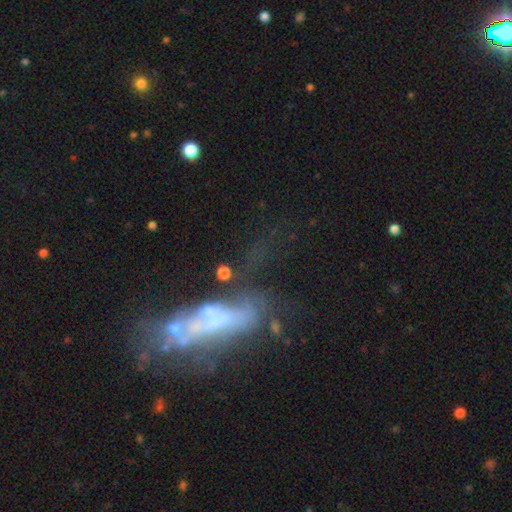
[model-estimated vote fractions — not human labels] featured or disk 58%, smooth 24%, star or artifact 17%. Down the decision tree: edge-on disk — no (76%); merging — major disturbance (33%).